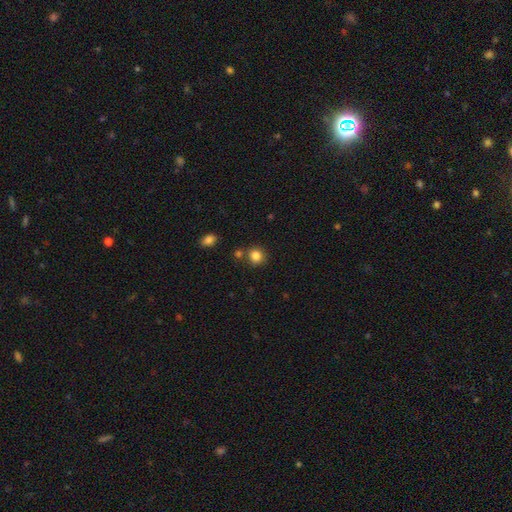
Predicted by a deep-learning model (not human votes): Smooth or featured: smooth — 83% (star or artifact — 12%)
How rounded: round — 86% (in between — 13%)
Merging: none — 77% (merger — 11%)